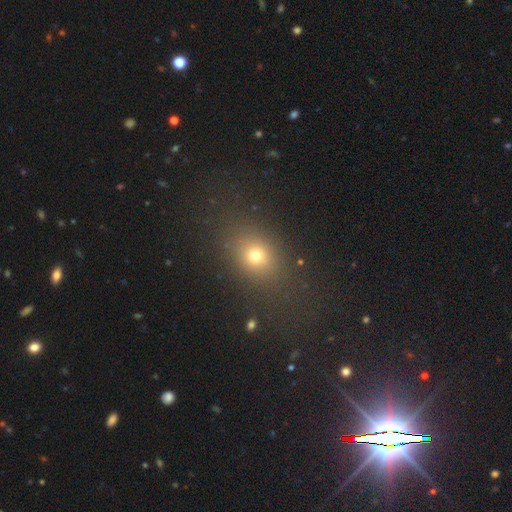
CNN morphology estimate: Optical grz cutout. It shows a smooth galaxy with no disk features (70%) that is in between round and cigar-shaped (53%). Merging: none (78%).